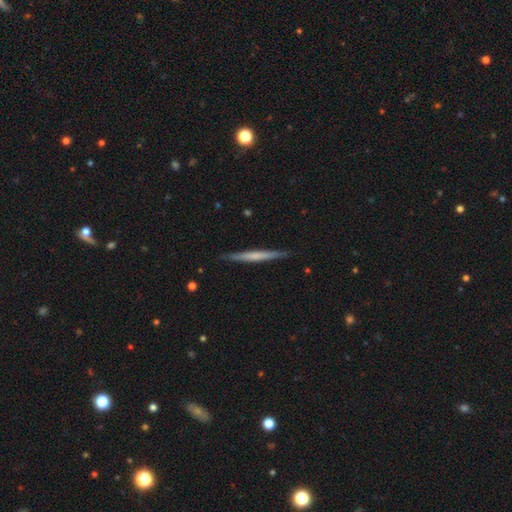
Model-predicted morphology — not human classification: Smooth or featured? Predicted: featured or disk (p=0.52). Edge-on disk? Predicted: yes (p=0.97). Edge-on bulge? Predicted: none (p=0.71). Merging? Predicted: none (p=0.90).